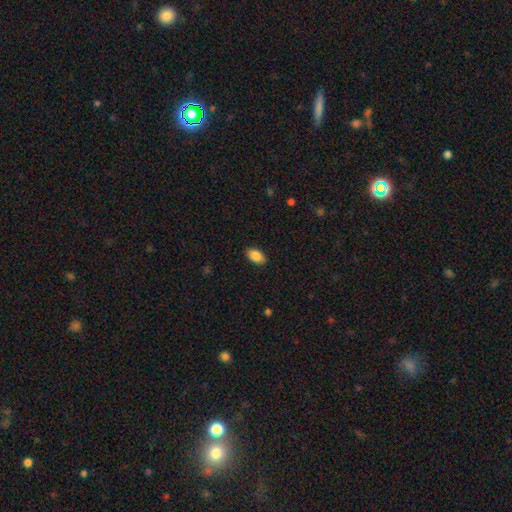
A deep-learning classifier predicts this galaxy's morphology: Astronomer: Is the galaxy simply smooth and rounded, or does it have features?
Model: smooth — 87%.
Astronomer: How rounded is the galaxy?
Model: in between — 93%.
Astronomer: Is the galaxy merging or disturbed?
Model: none — 89%.